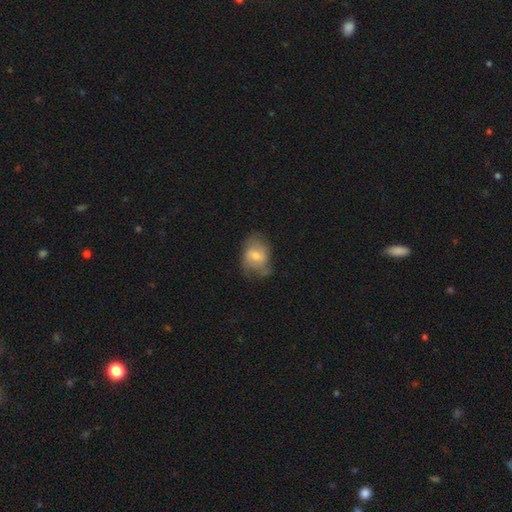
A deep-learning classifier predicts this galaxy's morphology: smooth-or-featured: smooth: 49% | featured or disk: 42% | star or artifact: 8%
  merging: none: 53% | minor disturbance: 31% | major disturbance: 14% | merger: 2%